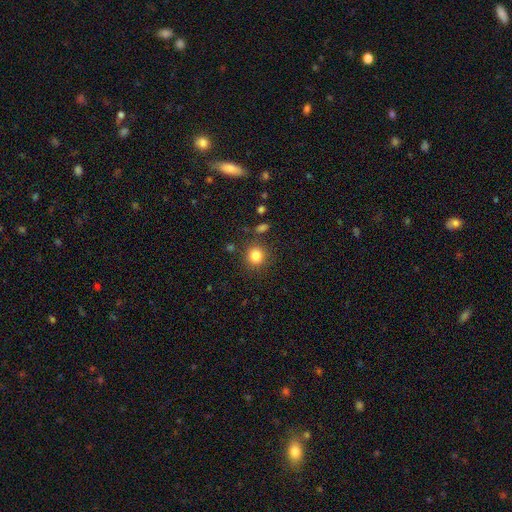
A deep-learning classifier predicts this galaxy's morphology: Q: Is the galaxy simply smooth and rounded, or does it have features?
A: smooth — 84%.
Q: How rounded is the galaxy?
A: round — 87%.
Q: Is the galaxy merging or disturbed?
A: none — 84%.